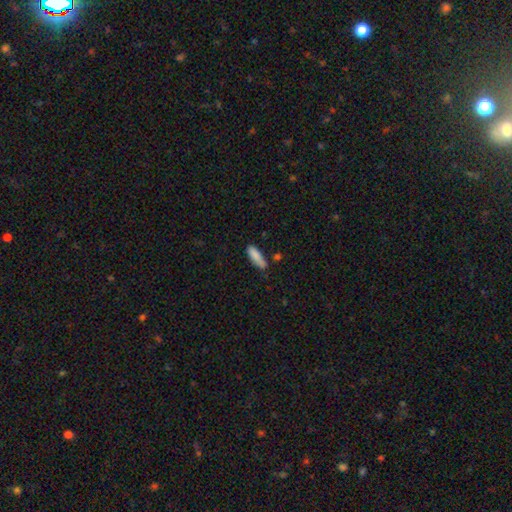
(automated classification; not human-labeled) Smooth or featured? smooth (85%)
How rounded? in between (53%)
Merging? none (61%)